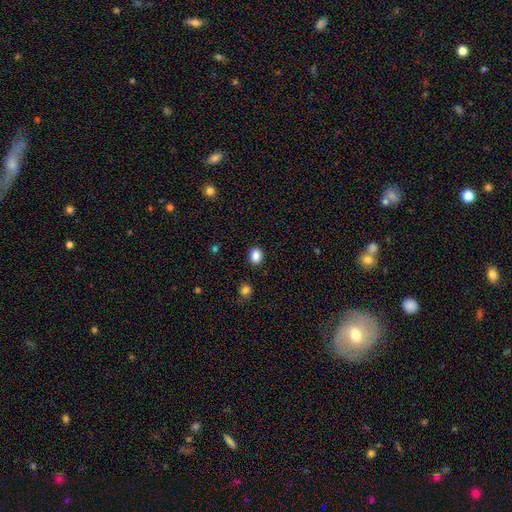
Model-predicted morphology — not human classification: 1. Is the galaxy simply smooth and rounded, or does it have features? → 87% smooth, 9% star or artifact, 4% featured or disk.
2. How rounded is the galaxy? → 52% in between, 47% round, 1% cigar-shaped.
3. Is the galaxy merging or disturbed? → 89% none, 7% minor disturbance, 2% major disturbance, 2% merger.